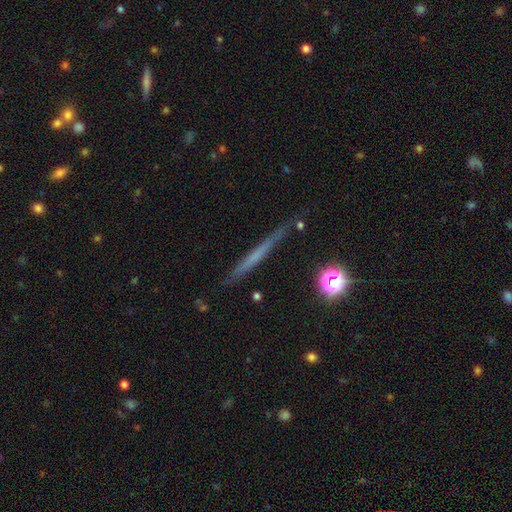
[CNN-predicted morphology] Smooth or featured? featured or disk (45%)
Merging? none (85%)